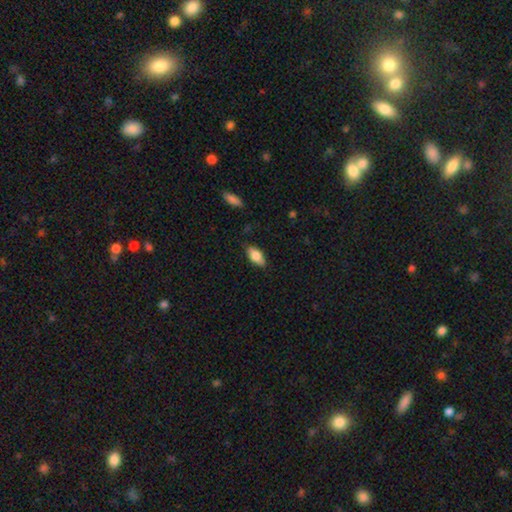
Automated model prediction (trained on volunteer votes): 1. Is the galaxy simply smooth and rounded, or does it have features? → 81% smooth, 13% featured or disk, 7% star or artifact.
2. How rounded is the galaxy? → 87% in between, 10% cigar-shaped, 3% round.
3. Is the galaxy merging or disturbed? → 82% none, 14% minor disturbance, 3% major disturbance, 1% merger.